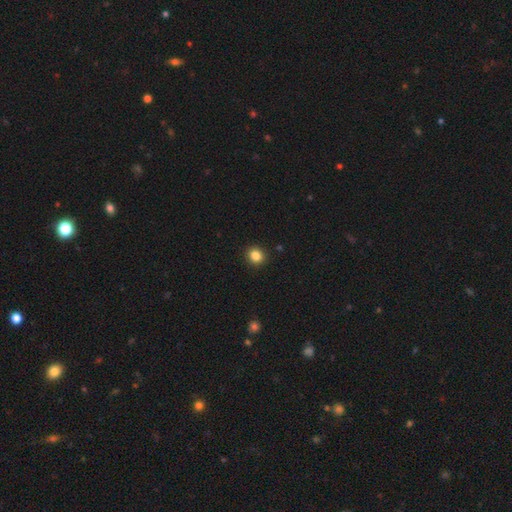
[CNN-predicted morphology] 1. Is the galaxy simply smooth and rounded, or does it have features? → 85% smooth, 11% star or artifact, 4% featured or disk.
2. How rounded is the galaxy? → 82% round, 17% in between, 1% cigar-shaped.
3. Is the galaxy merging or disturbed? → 92% none, 5% minor disturbance, 2% major disturbance, 1% merger.